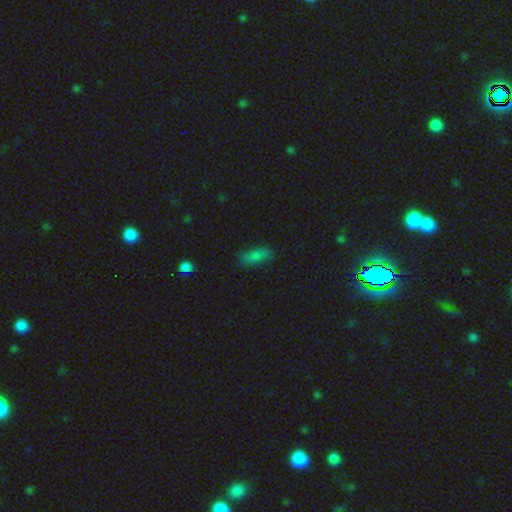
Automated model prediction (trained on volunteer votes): A smooth galaxy with no disk features (76%) that is in between round and cigar-shaped (79%). Merging: none (75%).